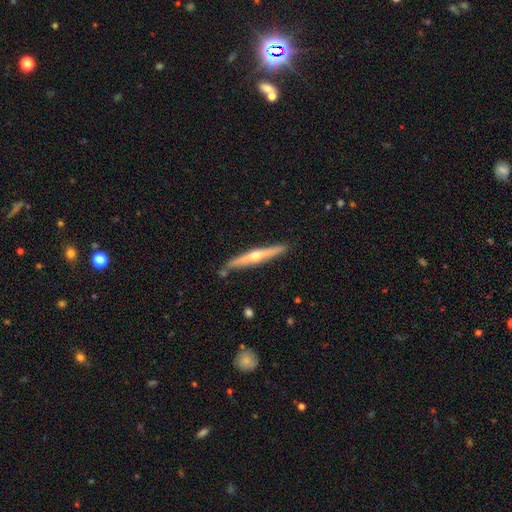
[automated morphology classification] The model was most divided on "smooth or featured": featured or disk: 71%, smooth: 24%, star or artifact: 5%. More confident: edge-on disk — yes (97%); edge-on bulge — rounded (91%); merging — none (86%).